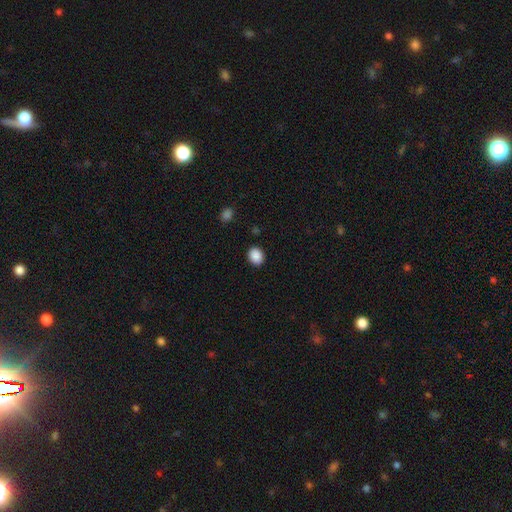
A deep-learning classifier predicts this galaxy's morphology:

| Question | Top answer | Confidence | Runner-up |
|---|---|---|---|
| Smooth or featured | smooth | 89% | star or artifact (8%) |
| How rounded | round | 58% | in between (42%) |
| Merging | none | 90% | minor disturbance (7%) |